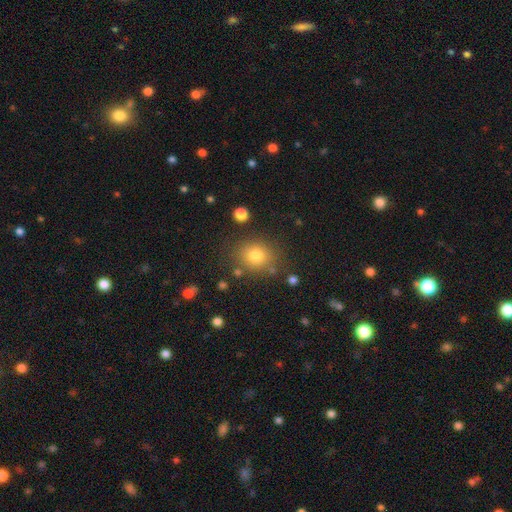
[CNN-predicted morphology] A smooth galaxy with no disk features (78%) that is round (68%).

Vote fractions:
- Smooth or featured? smooth: 78% / star or artifact: 13% / featured or disk: 9%
- How rounded? round: 68% / in between: 31% / cigar-shaped: 1%
- Merging? none: 78% / minor disturbance: 12% / merger: 5% / major disturbance: 5%